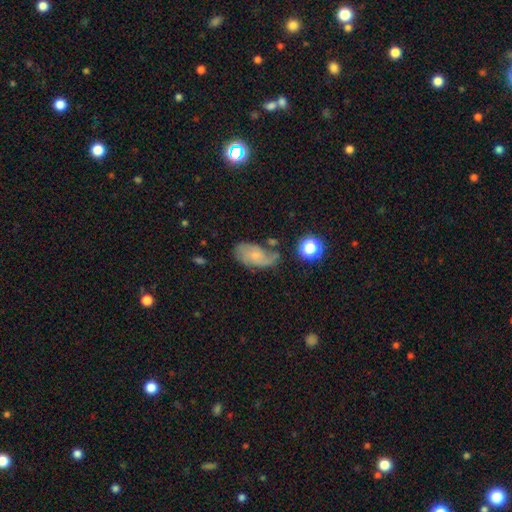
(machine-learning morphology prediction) A featured or disk galaxy (51%).

Vote fractions:
- Smooth or featured? featured or disk: 51% / smooth: 38% / star or artifact: 11%
- Edge-on disk? no: 95% / yes: 5%
- Merging? none: 48% / minor disturbance: 30% / major disturbance: 15% / merger: 7%